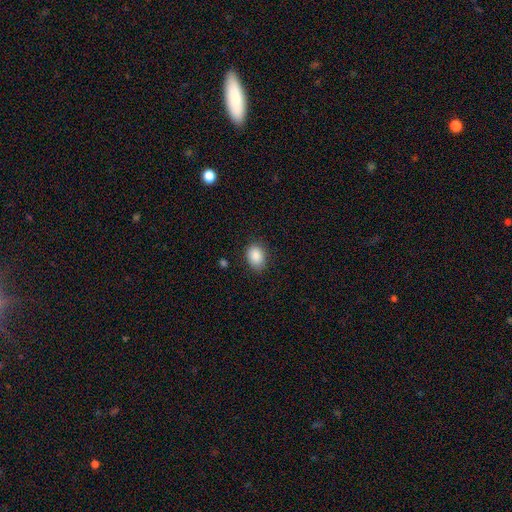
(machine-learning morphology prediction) smooth-or-featured: smooth: 88% | star or artifact: 8% | featured or disk: 4%
  how-rounded: in between: 78% | round: 21% | cigar-shaped: 1%
  merging: none: 83% | minor disturbance: 13% | major disturbance: 3% | merger: 1%